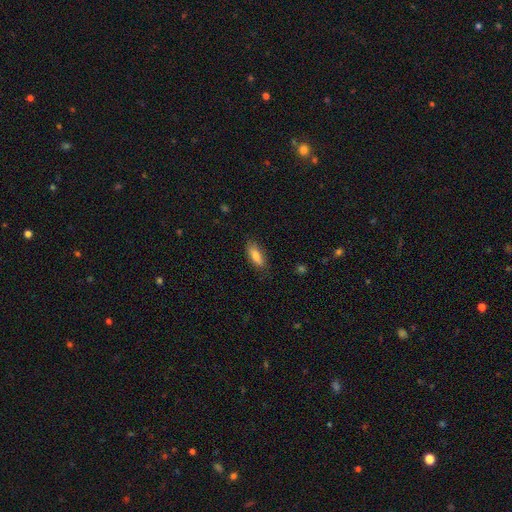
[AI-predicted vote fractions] Morphology: type=smooth (83%); roundness=in between (67%); merging=none (82%).